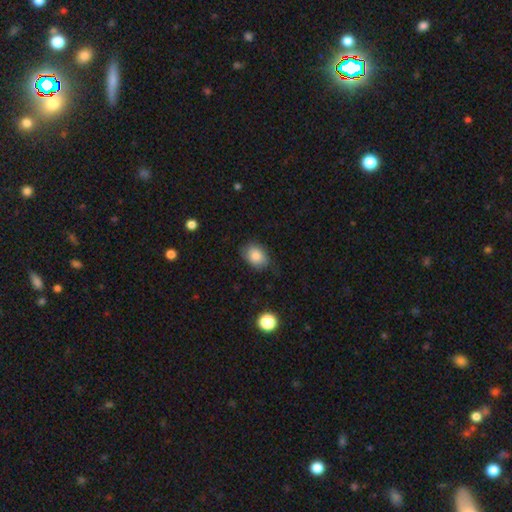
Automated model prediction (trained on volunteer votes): smooth 83%, featured or disk 9%, star or artifact 8%. Down the decision tree: how rounded — in between (70%); merging — none (73%).